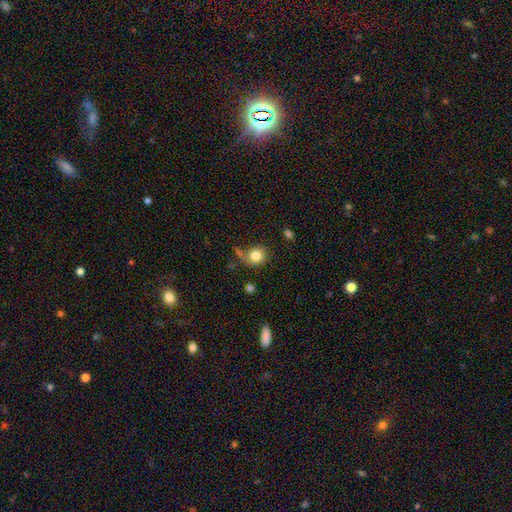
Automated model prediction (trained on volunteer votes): Smooth or featured? Predicted: smooth (p=0.82). How rounded? Predicted: round (p=0.81). Merging? Predicted: none (p=0.66).